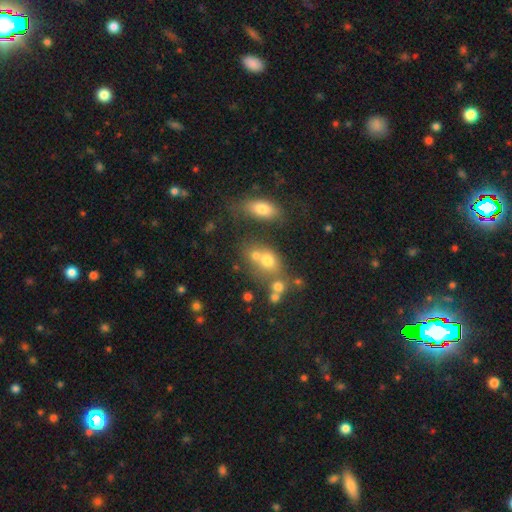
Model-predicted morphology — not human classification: Smooth or featured?
  - smooth: 66% *
  - featured or disk: 18%
  - star or artifact: 16%
How rounded?
  - in between: 50% *
  - round: 48%
  - cigar-shaped: 2%
Merging?
  - merger: 47% *
  - none: 35%
  - minor disturbance: 11%
  - major disturbance: 7%